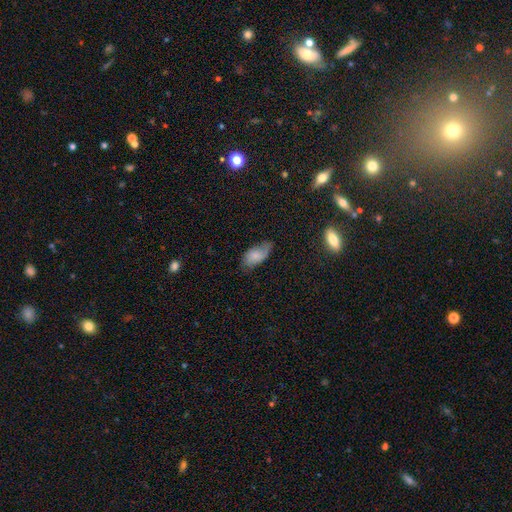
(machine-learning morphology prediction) Smooth or featured? Predicted: smooth (p=0.66). How rounded? Predicted: in between (p=0.93). Merging? Predicted: none (p=0.52).